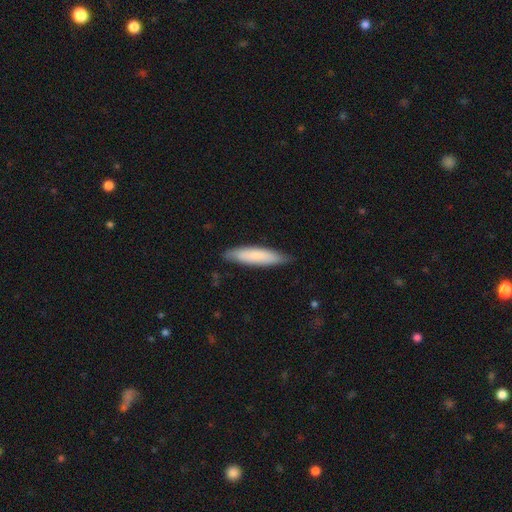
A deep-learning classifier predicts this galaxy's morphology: Q: Smooth or featured?
A: smooth (78%); runner-up: featured or disk (17%)
Q: How rounded?
A: cigar-shaped (79%); runner-up: in between (20%)
Q: Merging?
A: none (83%); runner-up: minor disturbance (14%)